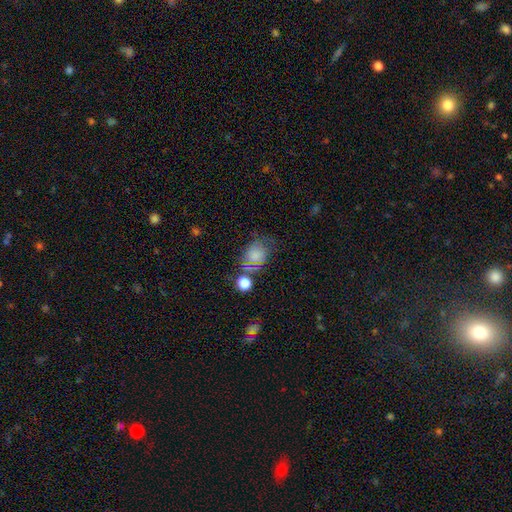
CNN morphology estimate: type=smooth (75%); roundness=in between (55%); merging=none (51%).